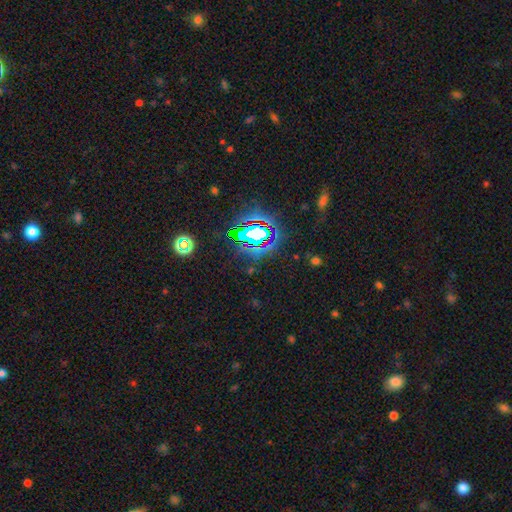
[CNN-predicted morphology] This is likely a star or artifact rather than a galaxy (79%).